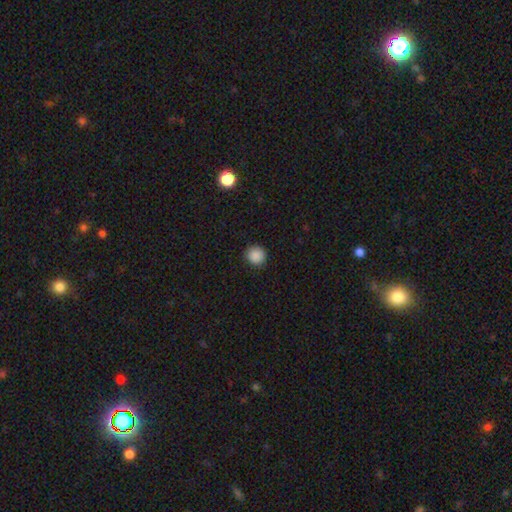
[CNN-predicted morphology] A smooth galaxy with no disk features (88%) that is round (92%). Merging: none (90%).